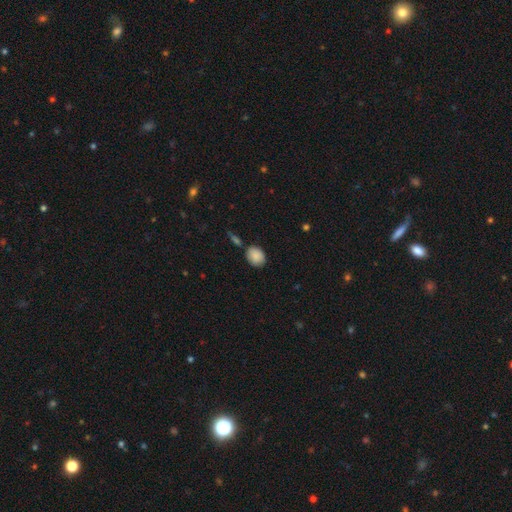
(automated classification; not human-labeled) Smooth or featured? smooth (87%)
How rounded? round (54%)
Merging? none (74%)